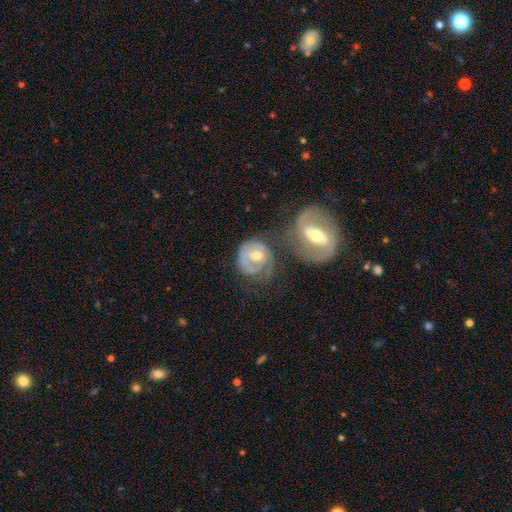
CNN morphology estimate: This appears to be a featured or disk galaxy (69%) with no bar (49%), spiral arms (74%) and a moderate central bulge (70%). Merging: none (35%).